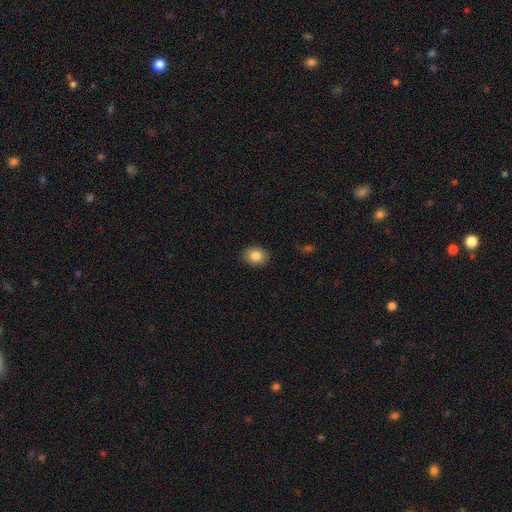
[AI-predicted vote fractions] Q: Smooth or featured?
A: smooth (85%); runner-up: star or artifact (8%)
Q: How rounded?
A: in between (54%); runner-up: round (45%)
Q: Merging?
A: none (88%); runner-up: minor disturbance (9%)